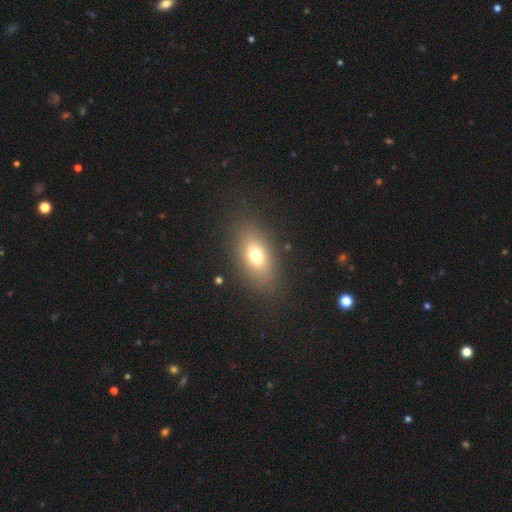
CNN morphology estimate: Overall: smooth (72%). How rounded: in between (83%). Merging: none (84%).